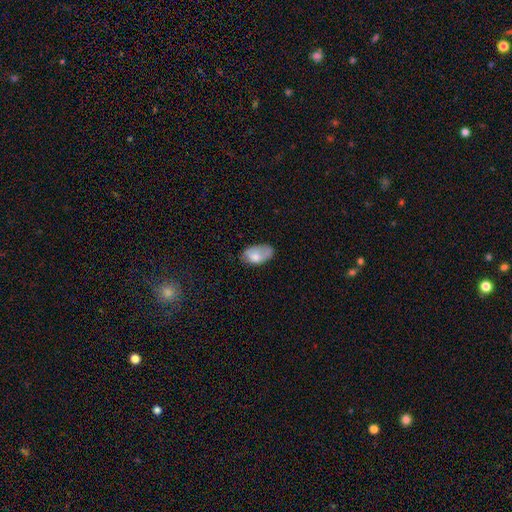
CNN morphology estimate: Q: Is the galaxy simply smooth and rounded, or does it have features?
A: smooth — 72%.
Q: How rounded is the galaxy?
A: in between — 93%.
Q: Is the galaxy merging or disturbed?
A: none — 40%.